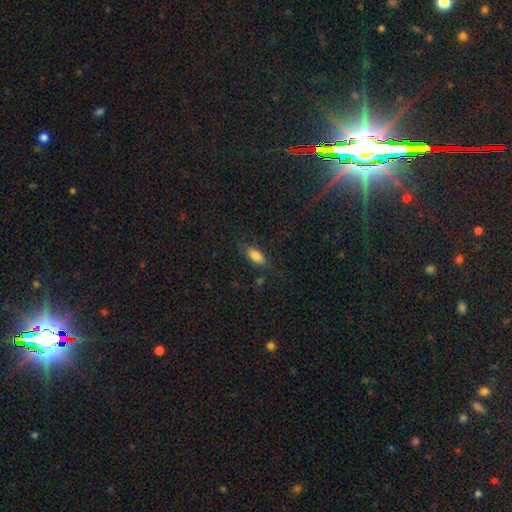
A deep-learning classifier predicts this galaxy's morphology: A smooth galaxy with no disk features (80%) that is in between round and cigar-shaped (85%).

Vote fractions:
- Smooth or featured? smooth: 80% / featured or disk: 11% / star or artifact: 9%
- How rounded? in between: 85% / cigar-shaped: 11% / round: 4%
- Merging? none: 73% / minor disturbance: 18% / major disturbance: 7% / merger: 2%